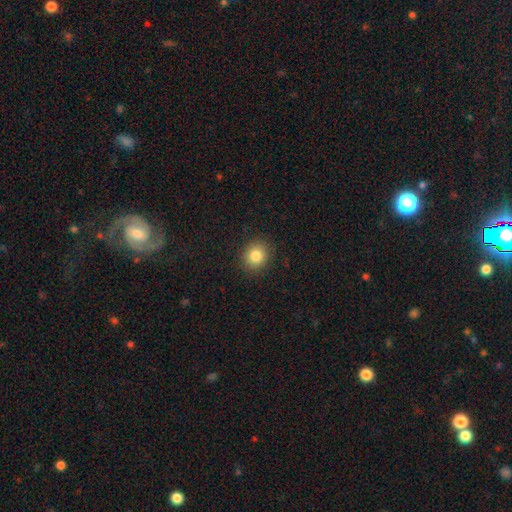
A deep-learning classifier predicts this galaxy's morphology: This is clearly a smooth galaxy (84%). How rounded: likely round (80%). Merging: clearly none (90%).